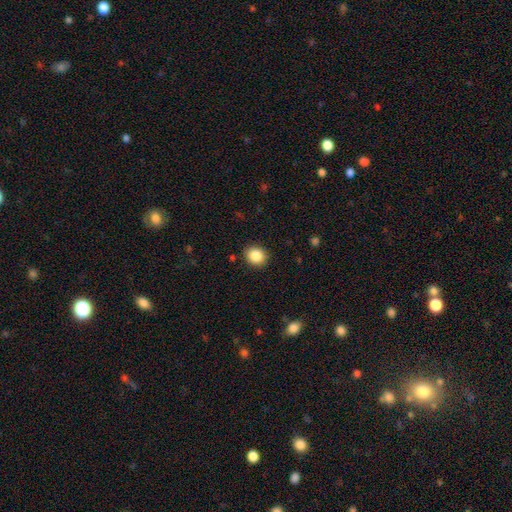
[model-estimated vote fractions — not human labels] Smooth or featured? smooth (86%)
How rounded? round (78%)
Merging? none (90%)